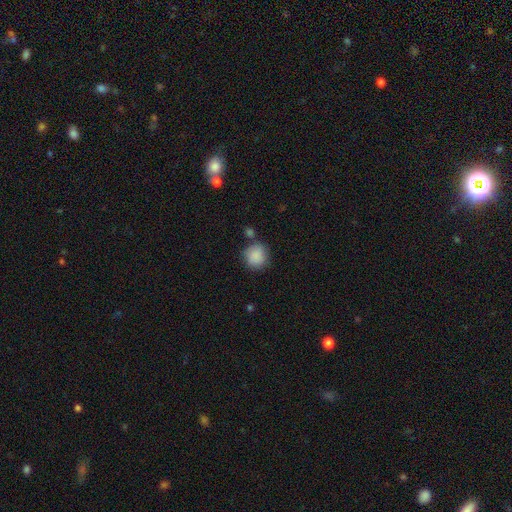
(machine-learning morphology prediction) This is clearly a smooth galaxy (88%). How rounded: clearly round (87%). Merging: likely none (70%).